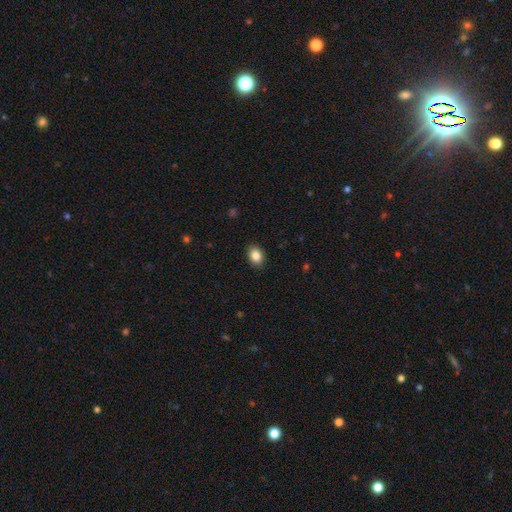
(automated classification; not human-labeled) This is clearly a smooth galaxy (86%). How rounded: likely in between (68%). Merging: clearly none (89%).